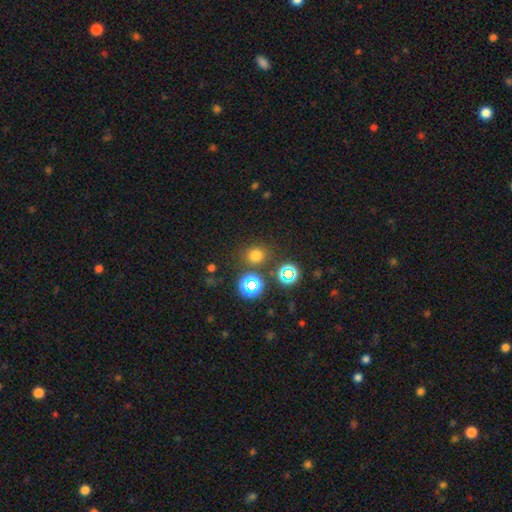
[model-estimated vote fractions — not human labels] Morphology: type=smooth (68%); roundness=round (81%); merging=none (80%).